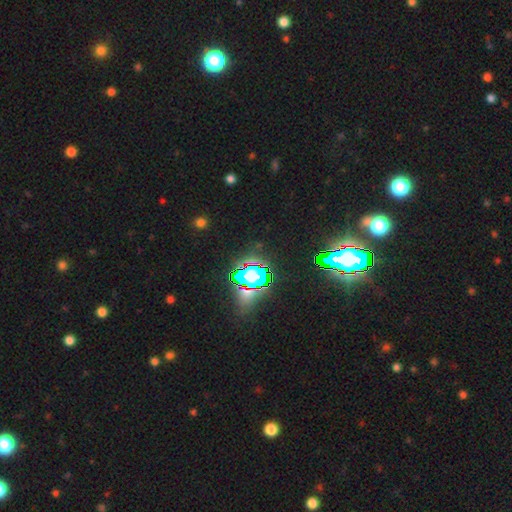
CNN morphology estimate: Smooth or featured?
  - star or artifact: 82% *
  - smooth: 11%
  - featured or disk: 7%